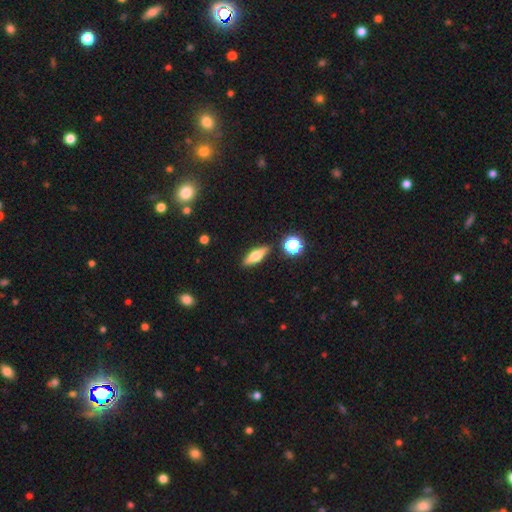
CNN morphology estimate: The model was most divided on "how rounded": cigar-shaped: 49%, in between: 46%, round: 5%. More confident: merging — none (86%); smooth or featured — smooth (51%).